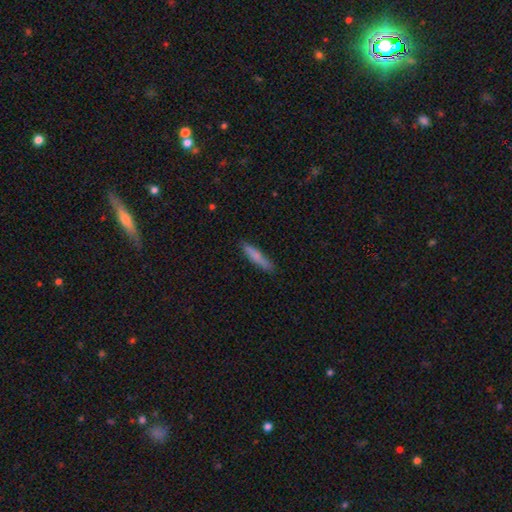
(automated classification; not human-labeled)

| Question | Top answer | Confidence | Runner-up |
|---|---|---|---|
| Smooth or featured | smooth | 77% | featured or disk (17%) |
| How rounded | cigar-shaped | 90% | in between (9%) |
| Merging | none | 85% | minor disturbance (11%) |